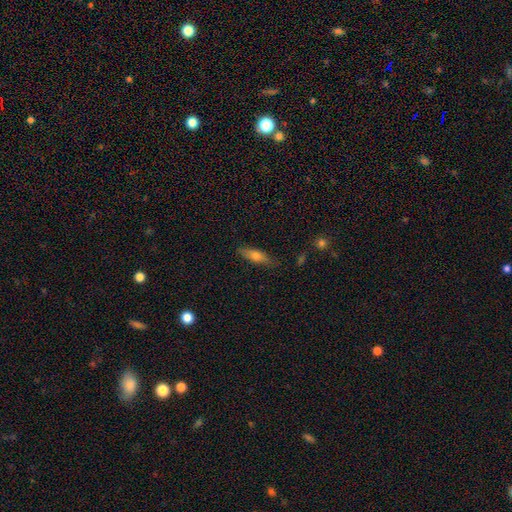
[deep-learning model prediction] The model was most divided on "how rounded": cigar-shaped: 56%, in between: 41%, round: 3%. More confident: merging — none (82%); smooth or featured — smooth (60%).